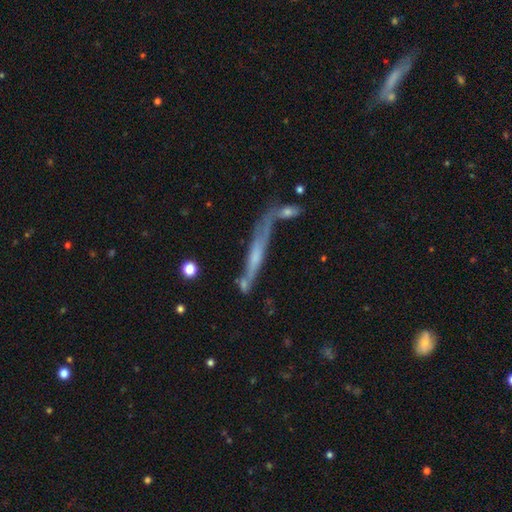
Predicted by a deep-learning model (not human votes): The model was most divided on "merging": none: 45%, merger: 25%, minor disturbance: 17%, major disturbance: 13%. More confident: edge-on disk — yes (80%); smooth or featured — featured or disk (62%).